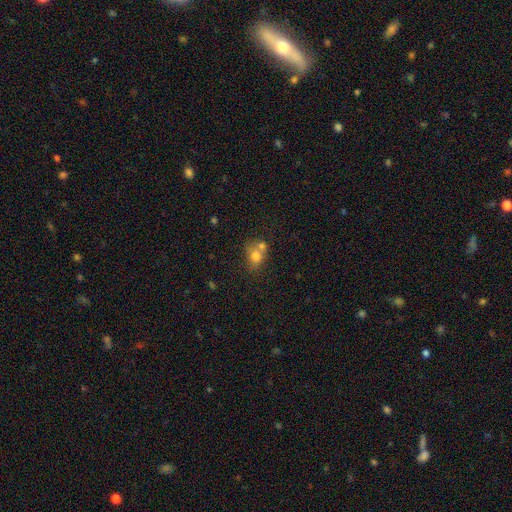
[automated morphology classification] Smooth or featured? smooth (74%)
How rounded? round (59%)
Merging? merger (48%)